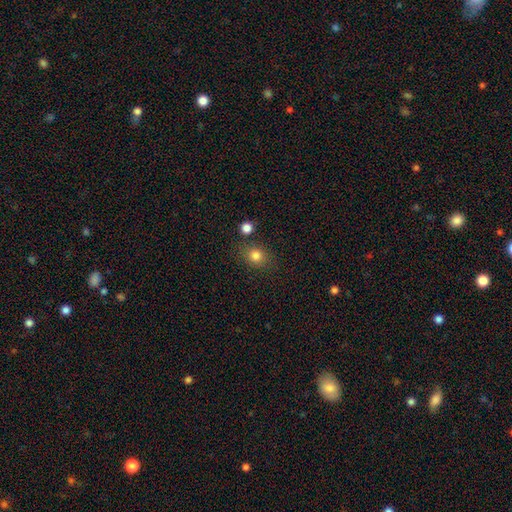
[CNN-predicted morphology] Overall: smooth (81%). How rounded: round (71%). Merging: none (78%).